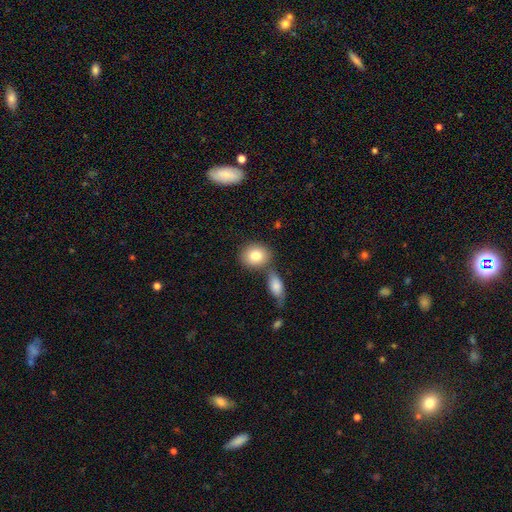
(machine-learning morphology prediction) type=smooth (81%); roundness=round (64%); merging=none (65%).